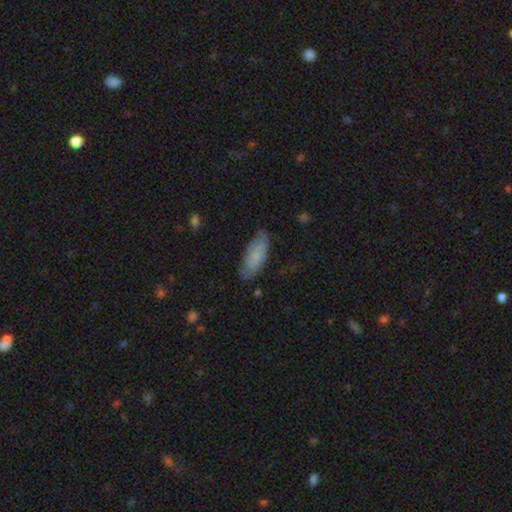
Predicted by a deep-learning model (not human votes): Smooth or featured? smooth (67%)
How rounded? in between (80%)
Merging? none (73%)